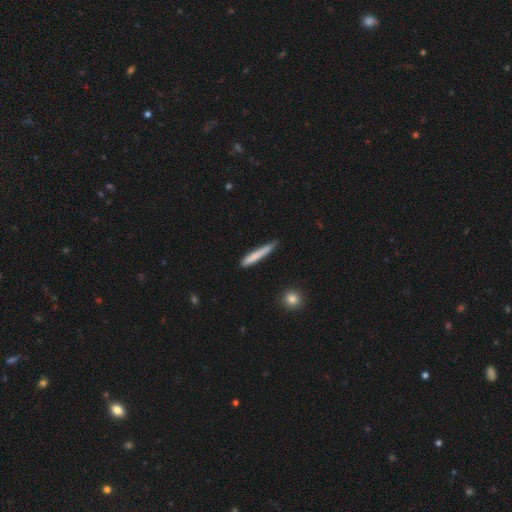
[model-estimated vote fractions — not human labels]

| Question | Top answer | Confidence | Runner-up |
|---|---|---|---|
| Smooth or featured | smooth | 76% | featured or disk (18%) |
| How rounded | cigar-shaped | 95% | in between (3%) |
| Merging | none | 78% | minor disturbance (18%) |